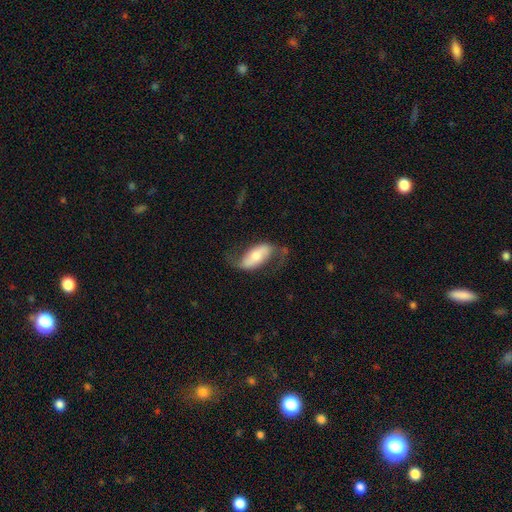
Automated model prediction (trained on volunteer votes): featured or disk 63%, smooth 31%, star or artifact 6%. Down the decision tree: edge-on disk — no (90%); bar — no (42%); spiral arms — yes (84%); bulge size — moderate (53%); merging — none (60%).